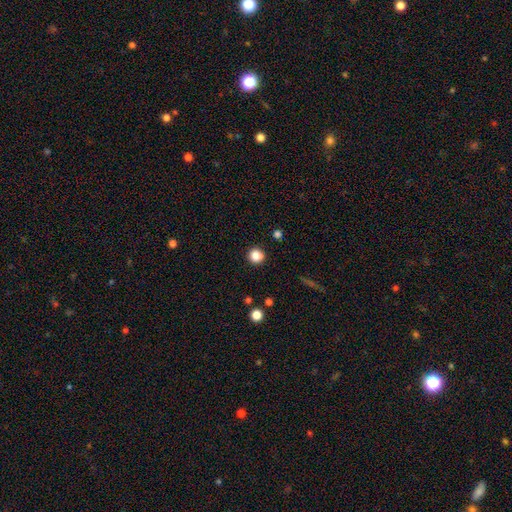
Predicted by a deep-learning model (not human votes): A smooth galaxy with no disk features (85%) that is round (92%).

Vote fractions:
- Smooth or featured? smooth: 85% / star or artifact: 11% / featured or disk: 4%
- How rounded? round: 92% / in between: 7% / cigar-shaped: 1%
- Merging? none: 90% / minor disturbance: 7% / major disturbance: 2% / merger: 2%